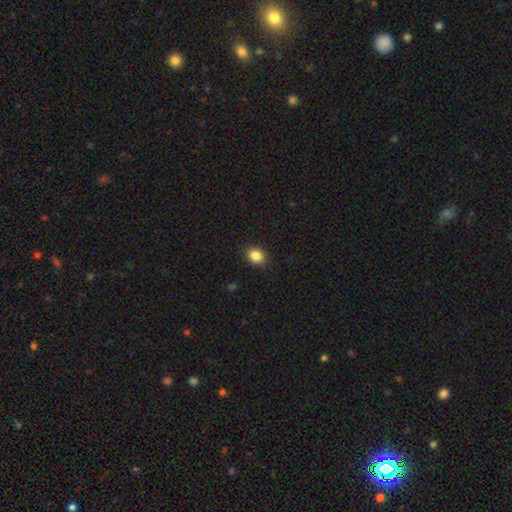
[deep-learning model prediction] Q: Smooth or featured?
A: smooth (86%); runner-up: star or artifact (10%)
Q: How rounded?
A: round (55%); runner-up: in between (44%)
Q: Merging?
A: none (90%); runner-up: minor disturbance (7%)